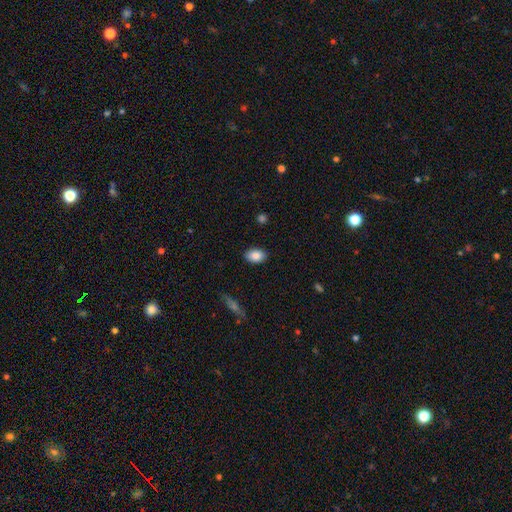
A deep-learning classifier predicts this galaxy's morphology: A smooth galaxy with no disk features (85%) that is in between round and cigar-shaped (87%).

Vote fractions:
- Smooth or featured? smooth: 85% / star or artifact: 7% / featured or disk: 7%
- How rounded? in between: 87% / round: 12% / cigar-shaped: 2%
- Merging? none: 88% / minor disturbance: 9% / major disturbance: 2% / merger: 1%